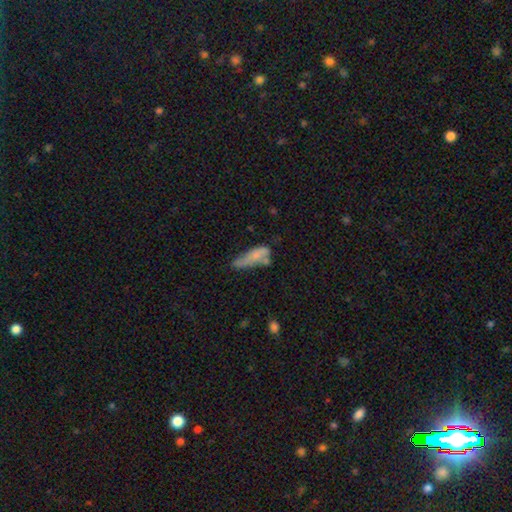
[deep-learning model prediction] Overall: smooth (64%; featured or disk 27%). How rounded: in between (52%; cigar-shaped 45%). Merging: none (32%; minor disturbance 30%).